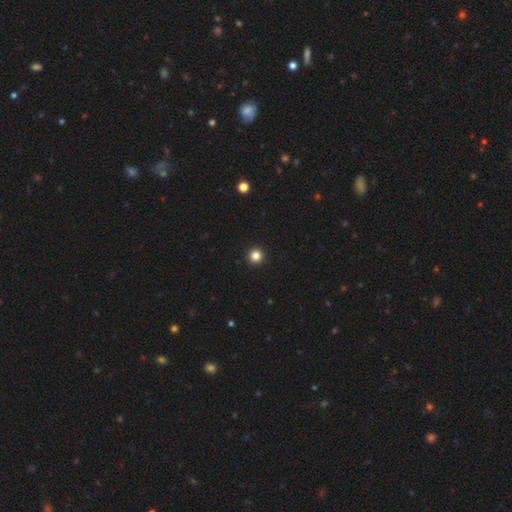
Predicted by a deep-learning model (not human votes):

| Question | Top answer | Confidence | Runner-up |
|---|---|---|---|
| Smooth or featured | smooth | 83% | star or artifact (13%) |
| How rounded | round | 96% | in between (3%) |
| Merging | none | 94% | minor disturbance (3%) |